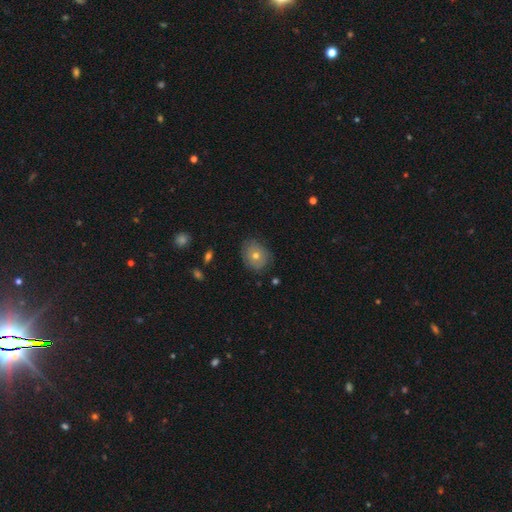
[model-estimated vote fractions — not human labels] A smooth galaxy with no disk features (60%) that is round (63%). Merging: none (81%).